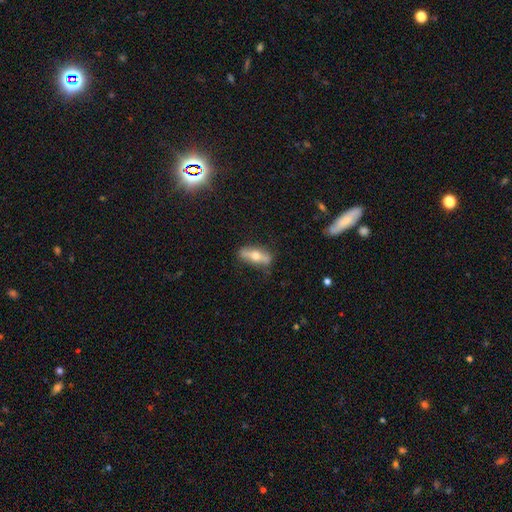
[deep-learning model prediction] smooth-or-featured: featured or disk: 53% | smooth: 40% | star or artifact: 7%
  disk-edge-on: yes: 74% | no: 26%
  merging: none: 78% | minor disturbance: 16% | major disturbance: 4% | merger: 2%